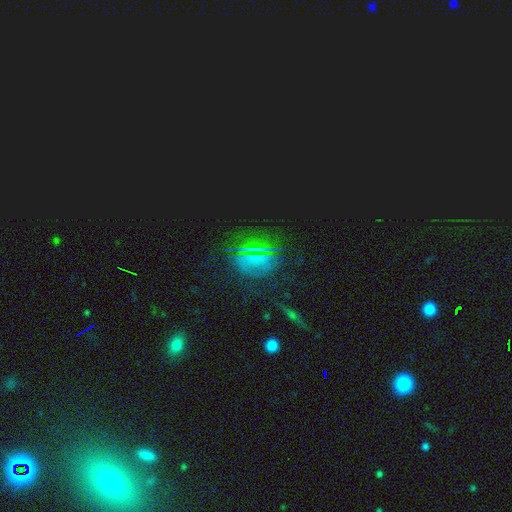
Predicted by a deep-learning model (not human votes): The model was most divided on "smooth or featured": star or artifact: 68%, smooth: 19%, featured or disk: 13%.